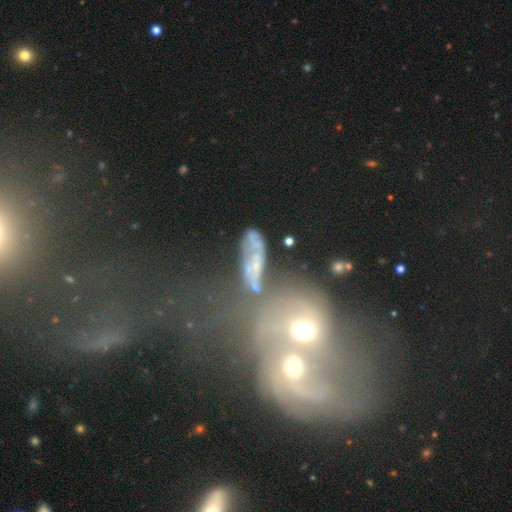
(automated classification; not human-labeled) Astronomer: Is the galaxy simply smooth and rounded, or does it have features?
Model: featured or disk — 50% (runner-up: smooth, 33%).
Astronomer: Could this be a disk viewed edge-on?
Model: no — 87%.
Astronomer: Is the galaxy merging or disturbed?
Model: merger — 34% (runner-up: none, 32%).